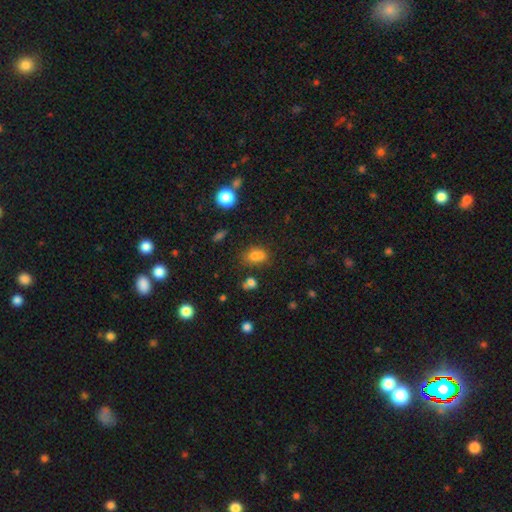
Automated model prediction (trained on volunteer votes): This is likely a smooth galaxy (76%). How rounded: likely in between (72%). Merging: possibly none (51%).